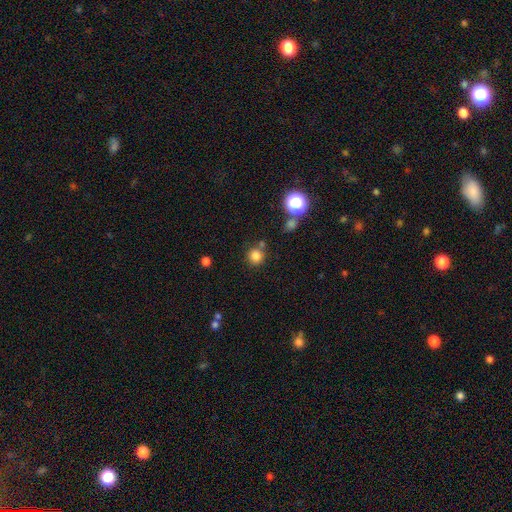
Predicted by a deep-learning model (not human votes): Morphology: type=smooth (81%); roundness=round (92%); merging=none (76%).